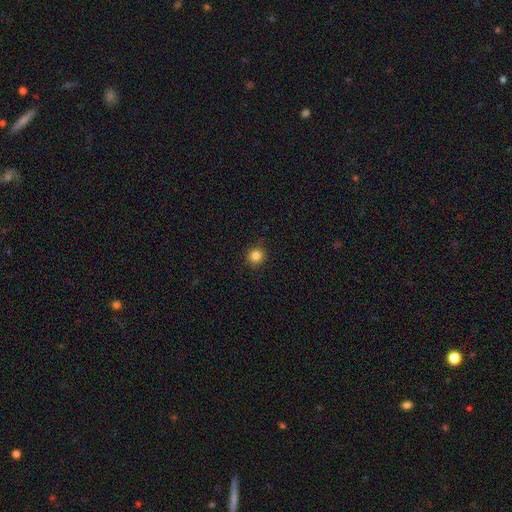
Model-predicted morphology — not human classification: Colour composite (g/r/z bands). It shows a smooth galaxy with no disk features (84%) that is round (91%). Merging: none (90%).